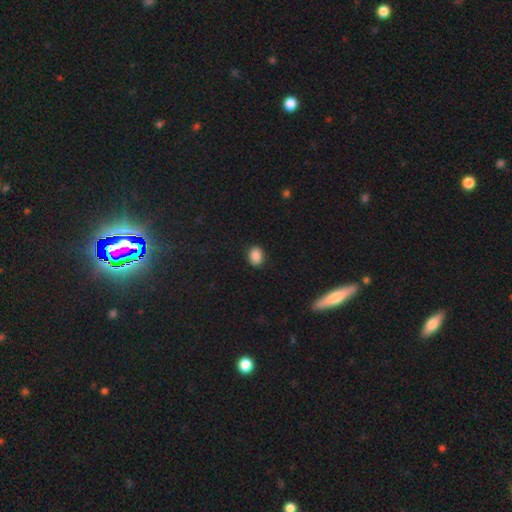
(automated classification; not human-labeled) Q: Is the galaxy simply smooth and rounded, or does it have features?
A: smooth — 88%.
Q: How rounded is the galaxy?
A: in between — 50%.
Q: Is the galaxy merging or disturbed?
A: none — 88%.